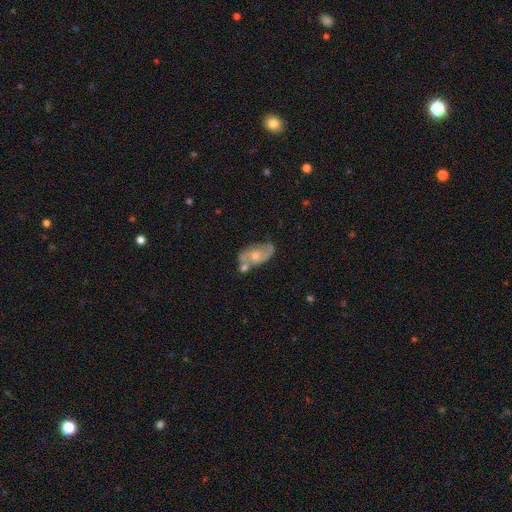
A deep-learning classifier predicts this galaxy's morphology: This is likely a featured or disk galaxy (68%). It is clearly not viewed edge-on (95%). Bar: likely no (69%). Spiral arm pattern: clearly yes (81%). Spiral arm count: likely 2 (77%). Spiral winding: marginally medium (44%). Central bulge: possibly moderate (52%). Merging: marginally none (44%).